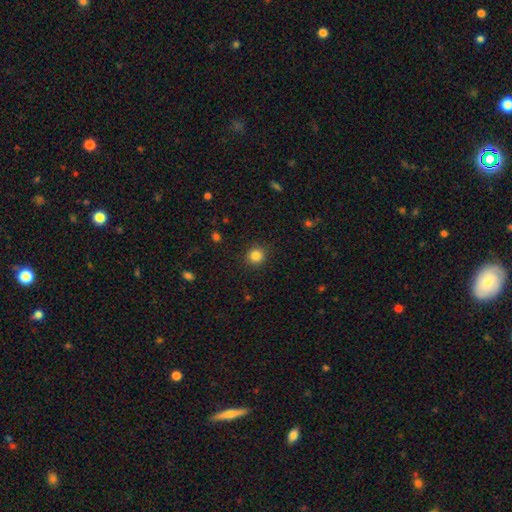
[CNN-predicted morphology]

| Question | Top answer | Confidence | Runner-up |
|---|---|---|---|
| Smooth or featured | smooth | 84% | star or artifact (12%) |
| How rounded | round | 91% | in between (8%) |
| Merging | none | 90% | minor disturbance (7%) |